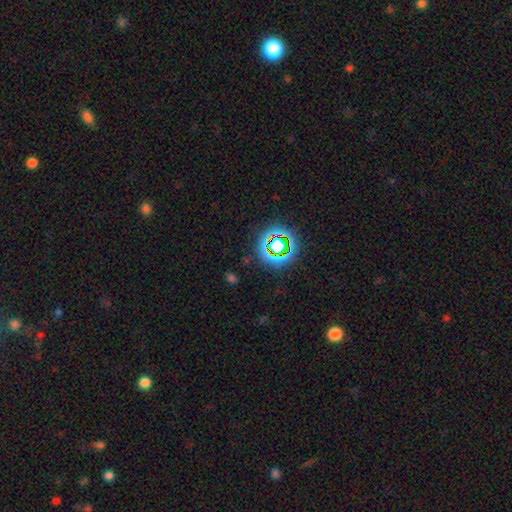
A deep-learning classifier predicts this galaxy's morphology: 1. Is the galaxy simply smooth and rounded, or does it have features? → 70% star or artifact, 18% smooth, 11% featured or disk.